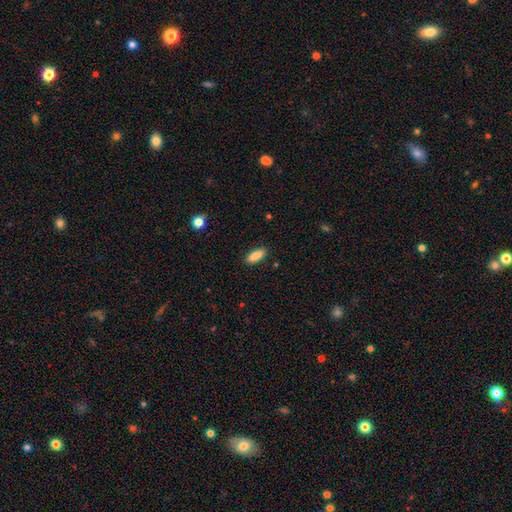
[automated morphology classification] Overall: smooth (87%). How rounded: in between (71%). Merging: none (88%).